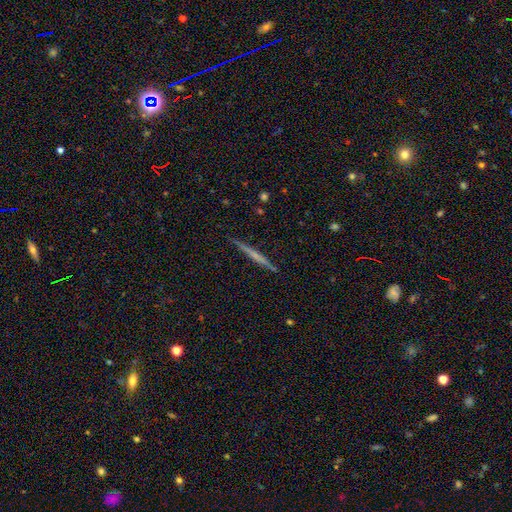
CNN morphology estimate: smooth_or_featured: featured or disk (p=0.56) [alt: smooth p=0.37]
disk_edge_on: yes (p=0.98) [alt: no p=0.02]
edge_on_bulge: none (p=0.75) [alt: rounded p=0.19]
merging: none (p=0.91) [alt: minor disturbance p=0.06]